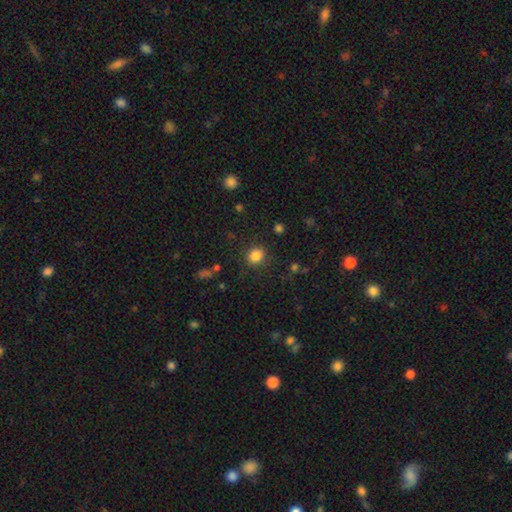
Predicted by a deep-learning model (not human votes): A smooth galaxy with no disk features (84%) that is round (73%).

Vote fractions:
- Smooth or featured? smooth: 84% / star or artifact: 11% / featured or disk: 5%
- How rounded? round: 73% / in between: 26% / cigar-shaped: 1%
- Merging? none: 86% / minor disturbance: 9% / major disturbance: 3% / merger: 2%